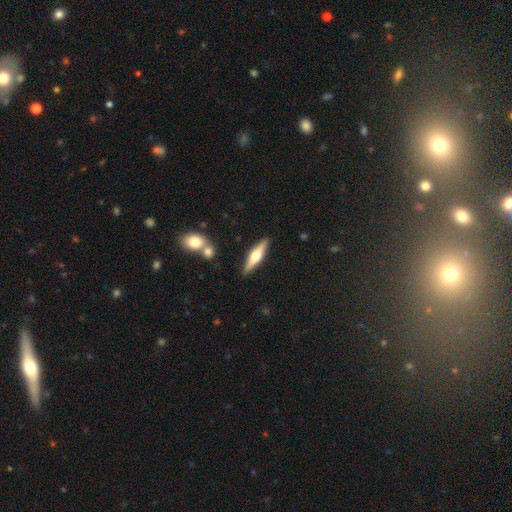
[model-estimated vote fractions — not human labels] Smooth or featured?
  - featured or disk: 61% *
  - smooth: 34%
  - star or artifact: 5%
Edge-on disk?
  - yes: 96% *
  - no: 4%
Edge-on bulge?
  - rounded: 91% *
  - boxy: 6%
  - none: 3%
Merging?
  - none: 86% *
  - minor disturbance: 8%
  - merger: 4%
  - major disturbance: 2%